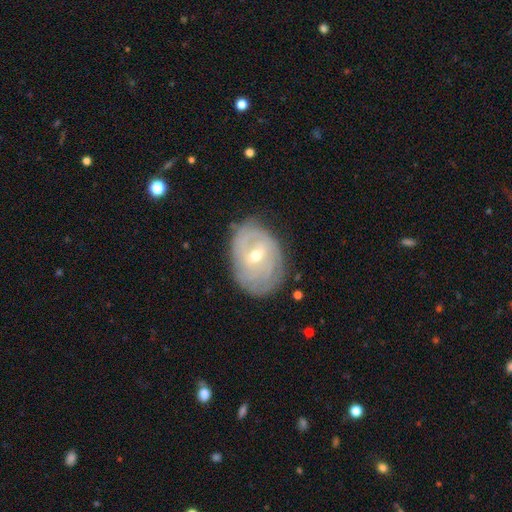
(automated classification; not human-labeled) Smooth or featured?
  - featured or disk: 77% *
  - smooth: 17%
  - star or artifact: 6%
Edge-on disk?
  - no: 96% *
  - yes: 4%
Bar?
  - weak: 54% *
  - no: 30%
  - strong: 17%
Spiral arms?
  - yes: 84% *
  - no: 16%
Spiral winding?
  - tight: 70% *
  - medium: 22%
  - loose: 8%
Spiral arm count?
  - can't tell: 50% *
  - 2: 23%
  - 3: 11%
  - 4: 7%
  - 1: 5%
  - more than 4: 4%
Bulge size?
  - small: 49% *
  - moderate: 48%
  - large: 1%
  - none: 1%
  - dominant: 1%
Merging?
  - none: 72% *
  - minor disturbance: 20%
  - major disturbance: 7%
  - merger: 1%